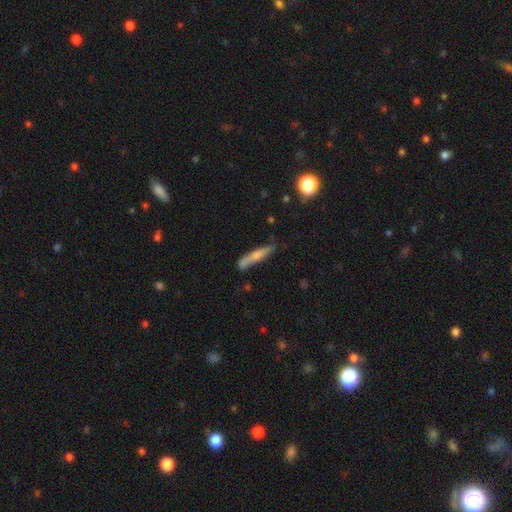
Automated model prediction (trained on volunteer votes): A smooth galaxy with no disk features (60%) that is cigar-shaped (91%). Merging: none (71%).